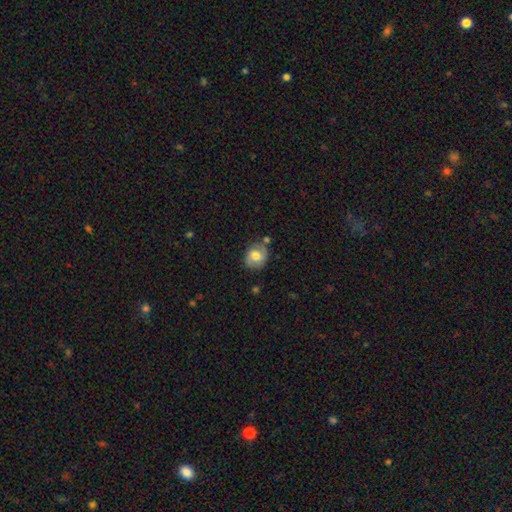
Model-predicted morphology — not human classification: smooth-or-featured: smooth: 70% | featured or disk: 22% | star or artifact: 8%
  how-rounded: round: 70% | in between: 29% | cigar-shaped: 1%
  merging: none: 69% | minor disturbance: 20% | merger: 6% | major disturbance: 5%